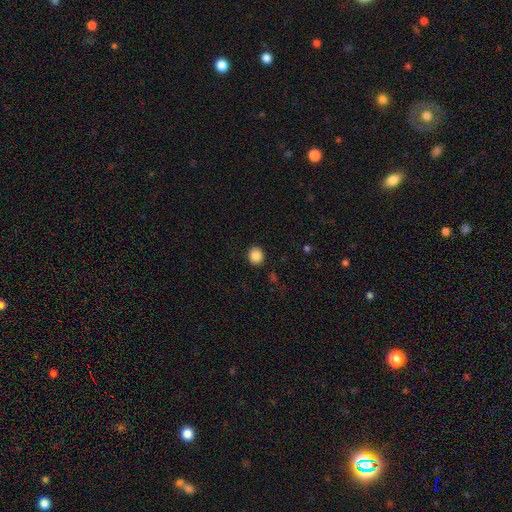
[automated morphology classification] type=smooth (88%); roundness=round (76%); merging=none (90%).